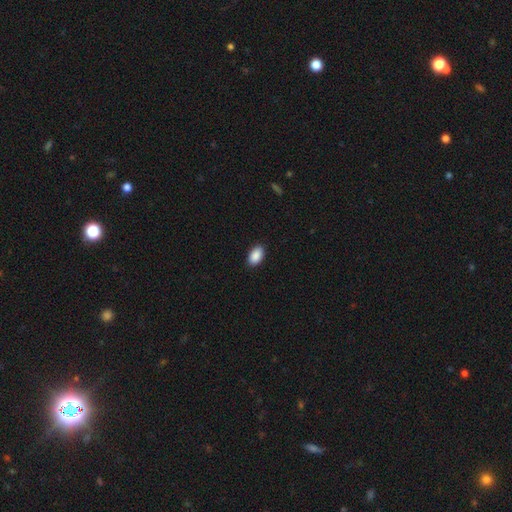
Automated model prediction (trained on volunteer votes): smooth-or-featured: smooth: 90% | star or artifact: 7% | featured or disk: 3%
  how-rounded: in between: 93% | round: 5% | cigar-shaped: 2%
  merging: none: 89% | minor disturbance: 8% | major disturbance: 2% | merger: 1%